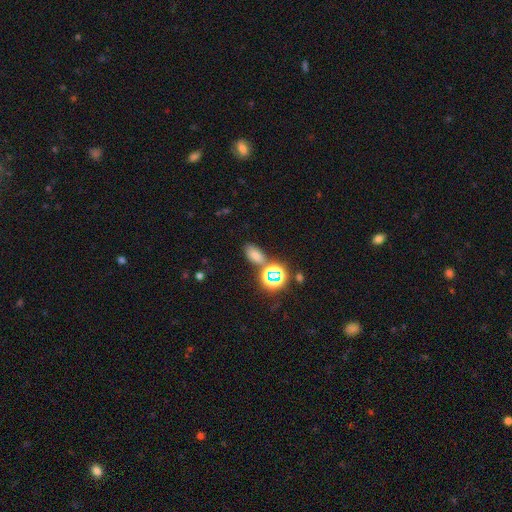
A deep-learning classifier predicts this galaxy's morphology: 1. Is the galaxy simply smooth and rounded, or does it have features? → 64% smooth, 28% star or artifact, 8% featured or disk.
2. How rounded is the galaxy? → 83% in between, 14% round, 3% cigar-shaped.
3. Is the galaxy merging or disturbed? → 68% none, 15% merger, 13% minor disturbance, 4% major disturbance.